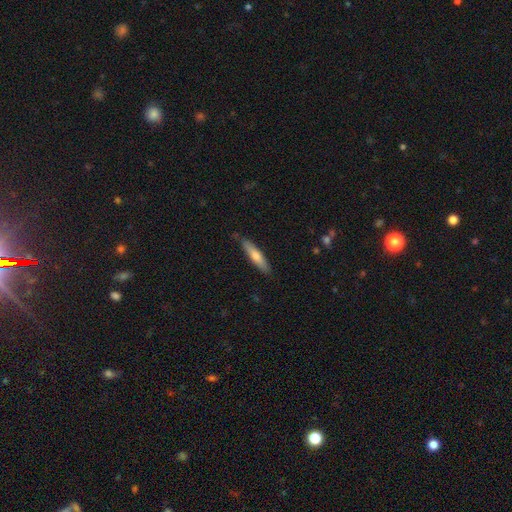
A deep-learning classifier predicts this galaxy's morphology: smooth_or_featured: smooth (p=0.60) [alt: featured or disk p=0.34]
how_rounded: cigar-shaped (p=0.85) [alt: in between p=0.13]
merging: none (p=0.86) [alt: minor disturbance p=0.11]